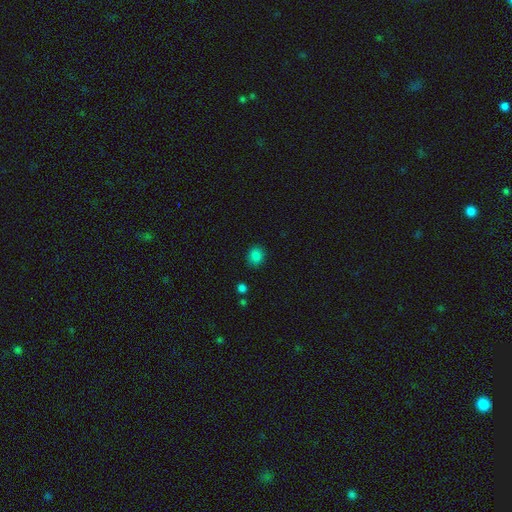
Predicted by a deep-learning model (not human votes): This appears to be a smooth galaxy with no disk features (84%) that is round (64%). Merging: none (87%).